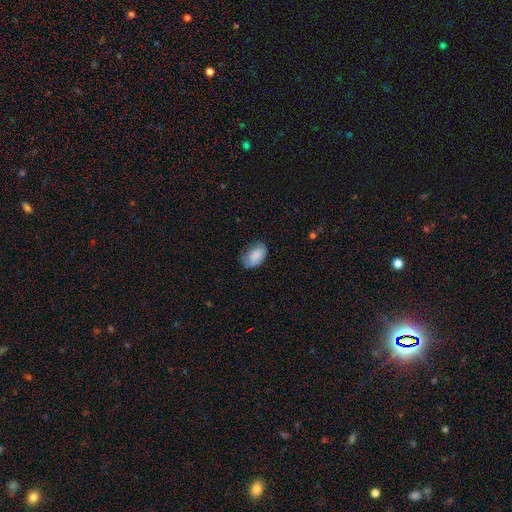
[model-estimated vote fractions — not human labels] Smooth or featured: smooth — 85% (featured or disk — 8%)
How rounded: in between — 91% (round — 8%)
Merging: none — 63% (minor disturbance — 29%)